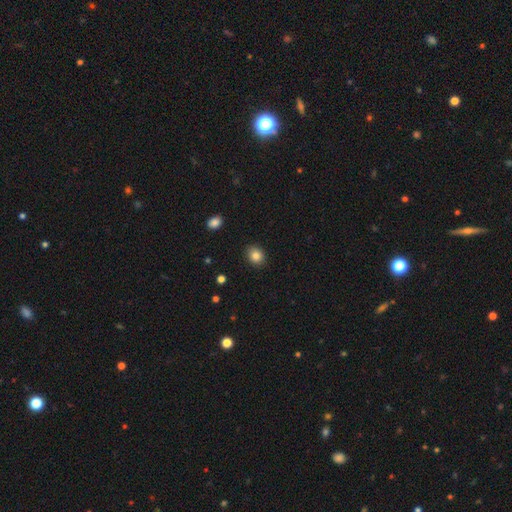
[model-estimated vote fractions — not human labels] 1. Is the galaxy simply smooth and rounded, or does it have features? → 84% smooth, 10% star or artifact, 6% featured or disk.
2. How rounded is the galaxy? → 64% round, 35% in between, 1% cigar-shaped.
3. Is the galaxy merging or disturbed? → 89% none, 8% minor disturbance, 2% major disturbance, 1% merger.